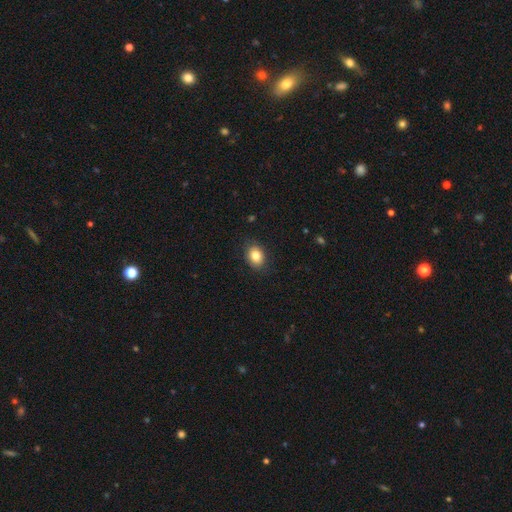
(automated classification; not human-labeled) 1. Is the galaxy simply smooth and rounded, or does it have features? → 83% smooth, 9% star or artifact, 8% featured or disk.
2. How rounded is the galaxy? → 63% in between, 36% round, 1% cigar-shaped.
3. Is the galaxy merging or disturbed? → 86% none, 10% minor disturbance, 2% major disturbance, 1% merger.